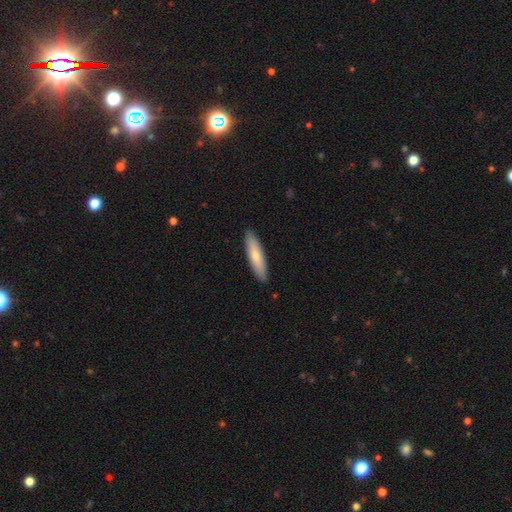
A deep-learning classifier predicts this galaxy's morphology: This appears to be a smooth galaxy with no disk features (73%) that is cigar-shaped (74%). Merging: none (90%).